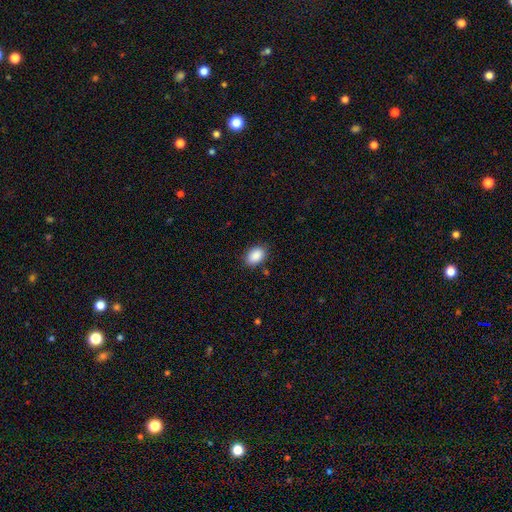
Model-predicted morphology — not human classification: This appears to be a smooth galaxy with no disk features (89%) that is in between round and cigar-shaped (86%). Merging: none (85%).